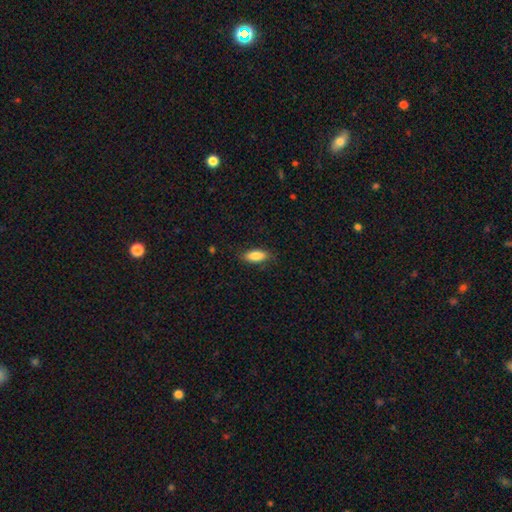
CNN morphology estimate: type=smooth (85%); roundness=in between (79%); merging=none (83%).